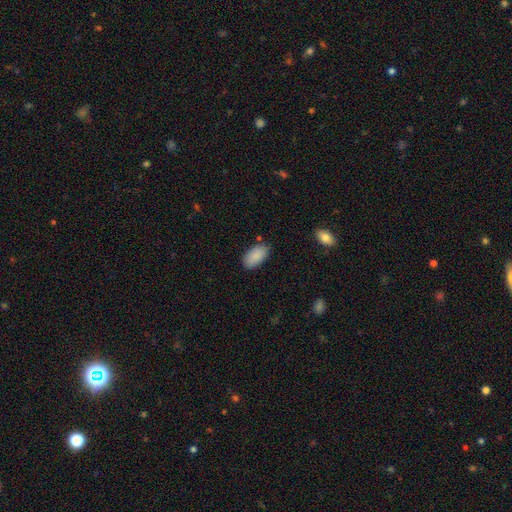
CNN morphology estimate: Smooth or featured: smooth — 89% (star or artifact — 6%)
How rounded: in between — 95% (round — 3%)
Merging: none — 81% (minor disturbance — 14%)